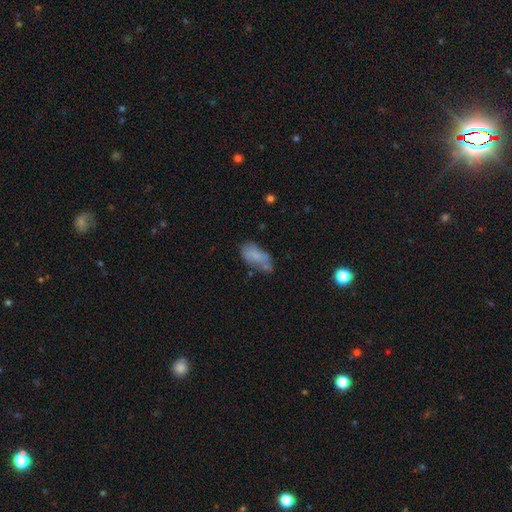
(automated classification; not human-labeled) Smooth or featured: smooth — 67% (featured or disk — 24%)
How rounded: in between — 91% (cigar-shaped — 6%)
Merging: none — 45% (minor disturbance — 32%)